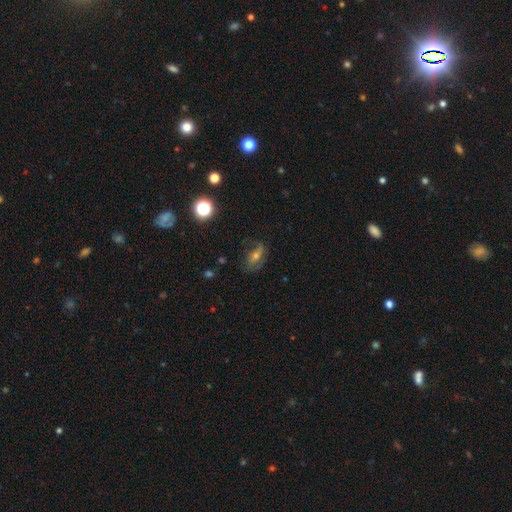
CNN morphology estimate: This appears to be a featured or disk galaxy (51%). Merging: none (59%).